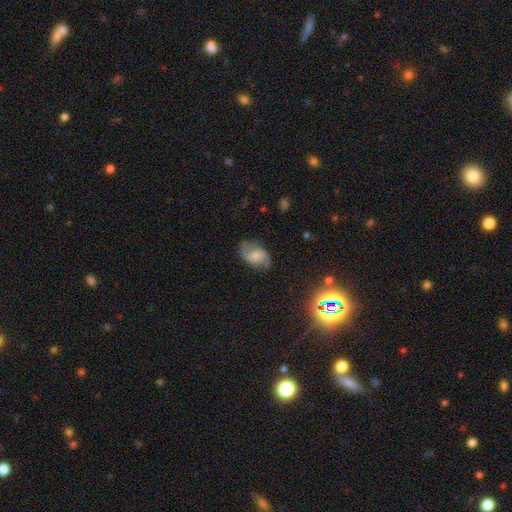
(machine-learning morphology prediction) Q: Smooth or featured?
A: featured or disk (68%); runner-up: smooth (24%)
Q: Edge-on disk?
A: no (97%); runner-up: yes (3%)
Q: Bar?
A: no (48%); runner-up: weak (42%)
Q: Spiral arms?
A: yes (92%); runner-up: no (8%)
Q: Spiral winding?
A: medium (46%); runner-up: loose (38%)
Q: Spiral arm count?
A: 2 (88%); runner-up: can't tell (6%)
Q: Bulge size?
A: small (48%); runner-up: moderate (30%)
Q: Merging?
A: none (73%); runner-up: minor disturbance (18%)